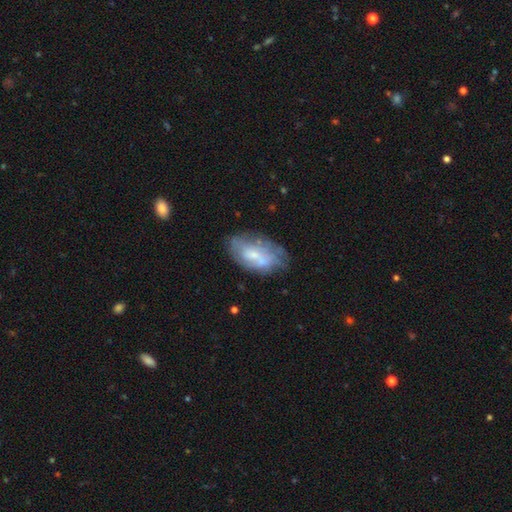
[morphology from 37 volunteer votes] Smooth or featured: featured or disk — 62% (smooth — 38%)
Edge-on disk: no — 100%
Bar: no — 74% (weak — 22%)
Spiral arms: yes — 52% (no — 48%)
Spiral winding: medium — 58% (tight — 42%)
Spiral arm count: can't tell — 75% (2 — 8%)
Bulge size: small — 70% (moderate — 26%)
Merging: merger — 38% (none — 27%)